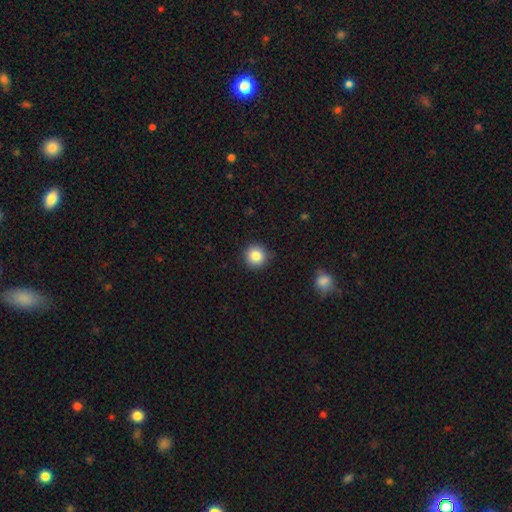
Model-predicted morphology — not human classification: The model was most divided on "smooth or featured": smooth: 84%, star or artifact: 10%, featured or disk: 6%. More confident: how rounded — round (94%); merging — none (89%).